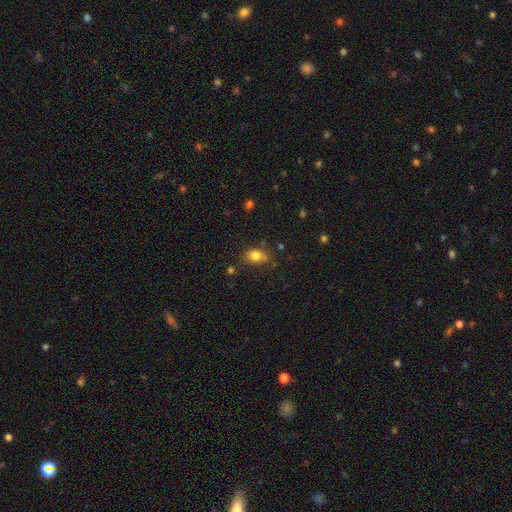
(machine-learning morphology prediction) Overall: smooth (81%). How rounded: in between (65%; round 34%). Merging: none (66%).